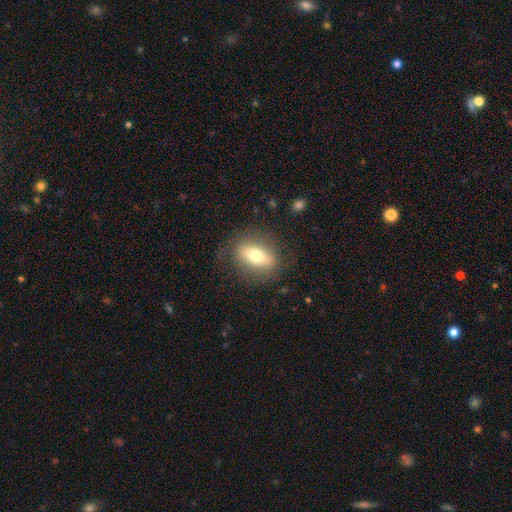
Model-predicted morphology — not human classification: Smooth or featured: smooth — 60% (featured or disk — 32%)
How rounded: in between — 71% (round — 20%)
Merging: none — 80% (minor disturbance — 13%)